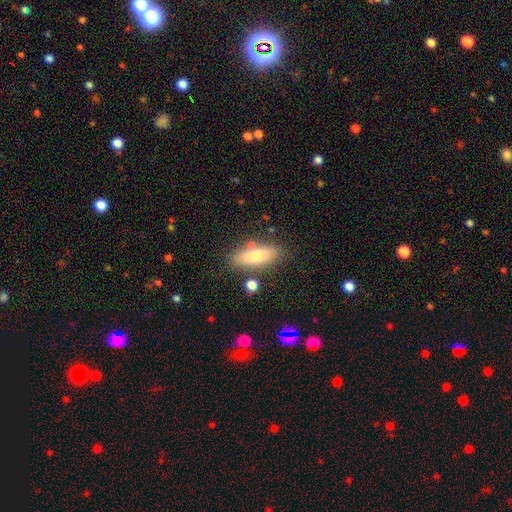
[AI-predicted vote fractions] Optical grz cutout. It shows a smooth galaxy with no disk features (77%) that is in between round and cigar-shaped (74%). Merging: none (75%).